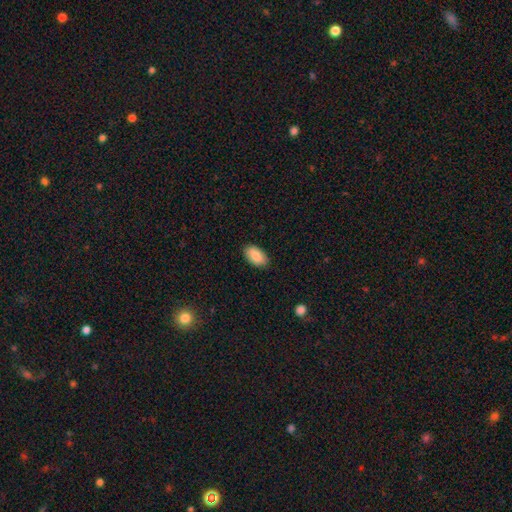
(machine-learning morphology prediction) Smooth or featured? Predicted: smooth (p=0.87). How rounded? Predicted: in between (p=0.95). Merging? Predicted: none (p=0.88).